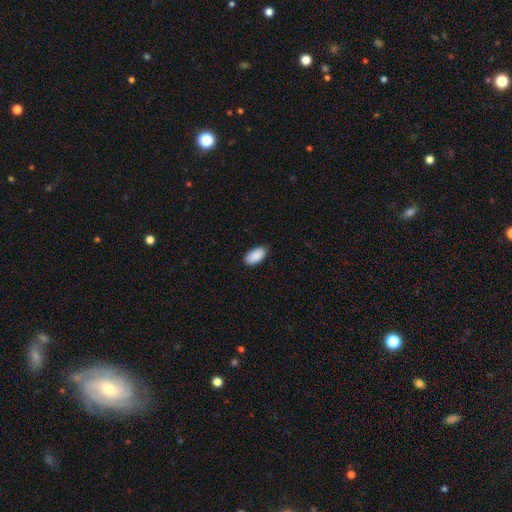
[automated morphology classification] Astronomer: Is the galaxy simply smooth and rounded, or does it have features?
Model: smooth — 91%.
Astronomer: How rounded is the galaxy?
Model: in between — 95%.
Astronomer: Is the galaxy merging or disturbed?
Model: none — 82%.